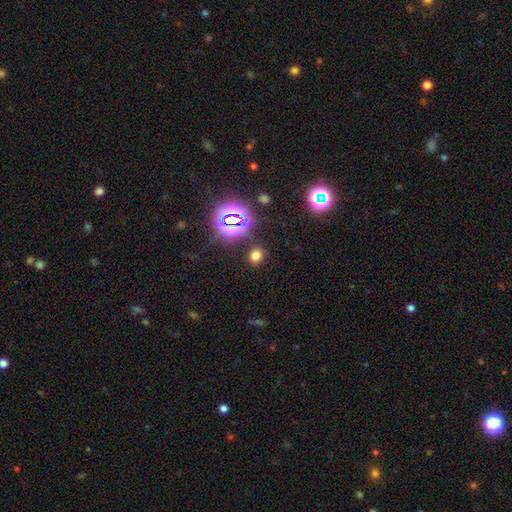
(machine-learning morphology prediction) This appears to be a smooth galaxy with no disk features (67%) that is round (65%). Merging: none (86%).